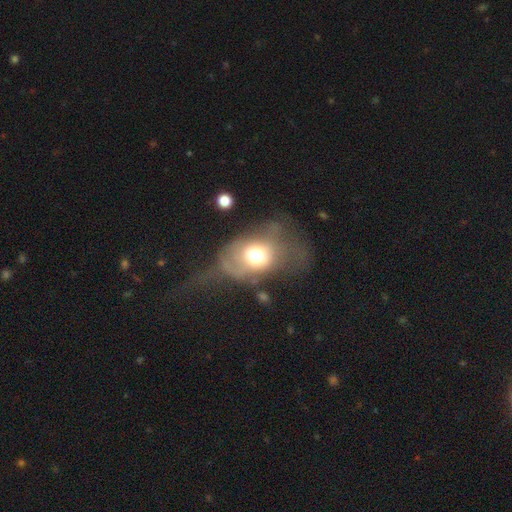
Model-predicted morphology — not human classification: Overall: smooth (56%; featured or disk 33%). How rounded: in between (64%; round 35%). Merging: major disturbance (48%; none 26%).